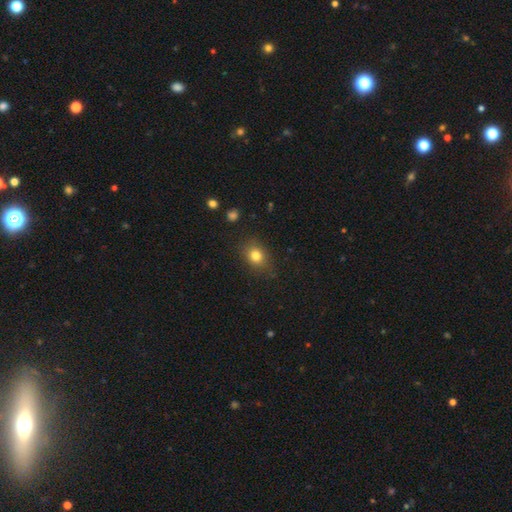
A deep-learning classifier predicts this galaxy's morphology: Overall: smooth (80%). How rounded: in between (51%; round 47%). Merging: none (80%).